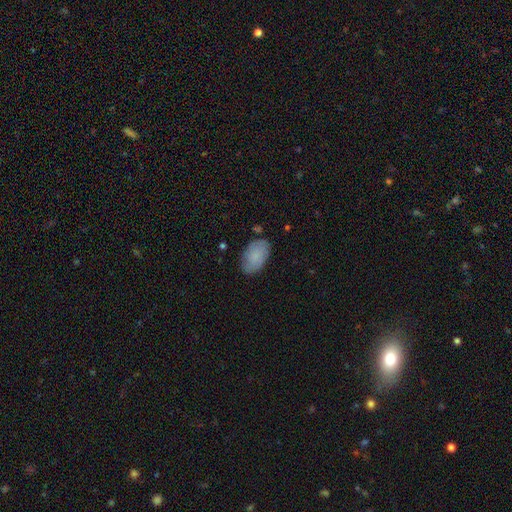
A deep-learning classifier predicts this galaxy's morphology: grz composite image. It shows a smooth galaxy with no disk features (73%) that is in between round and cigar-shaped (92%). Merging: none (79%).